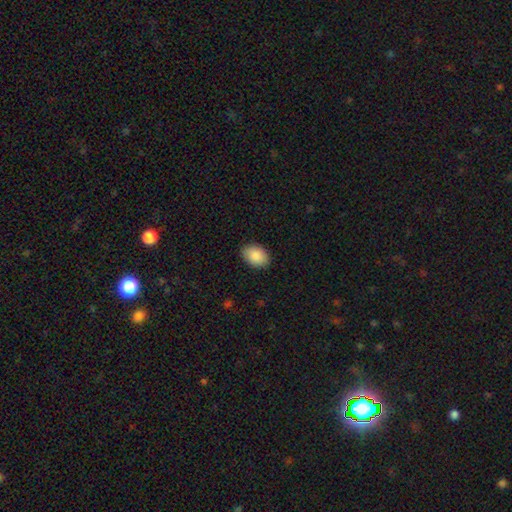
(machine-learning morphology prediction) smooth_or_featured: smooth (p=0.89) [alt: star or artifact p=0.06]
how_rounded: in between (p=0.83) [alt: round p=0.16]
merging: none (p=0.87) [alt: minor disturbance p=0.10]